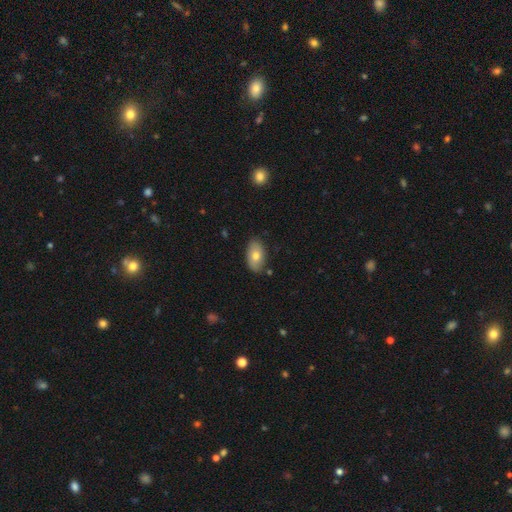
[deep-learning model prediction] Smooth or featured?
  - smooth: 74% *
  - featured or disk: 20%
  - star or artifact: 7%
How rounded?
  - in between: 93% *
  - round: 5%
  - cigar-shaped: 2%
Merging?
  - none: 82% *
  - minor disturbance: 14%
  - major disturbance: 2%
  - merger: 2%